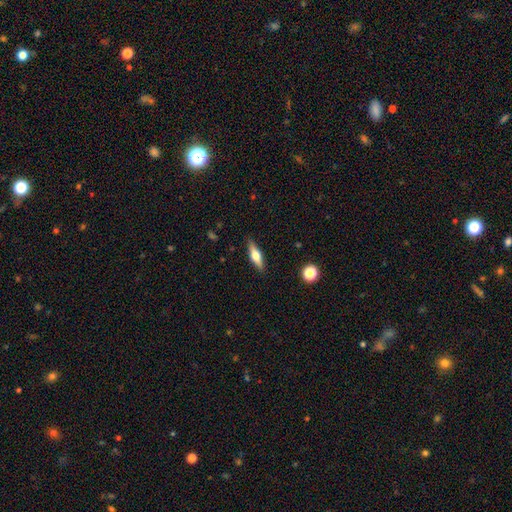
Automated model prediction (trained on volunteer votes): Morphology: type=featured or disk (48%); merging=none (89%).